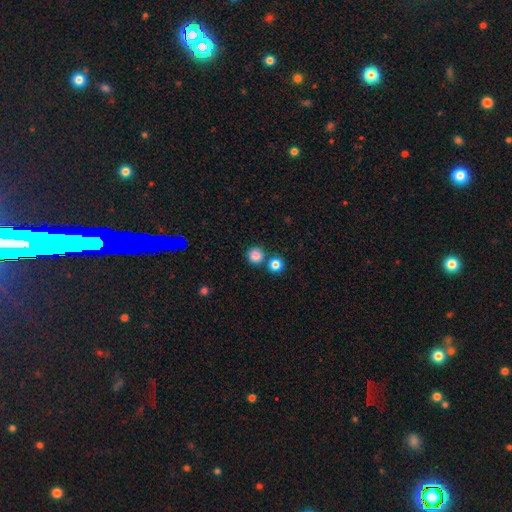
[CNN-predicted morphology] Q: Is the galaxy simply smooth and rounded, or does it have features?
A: smooth — 84%.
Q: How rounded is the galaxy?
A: round — 94%.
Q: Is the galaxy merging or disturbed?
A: none — 78%.